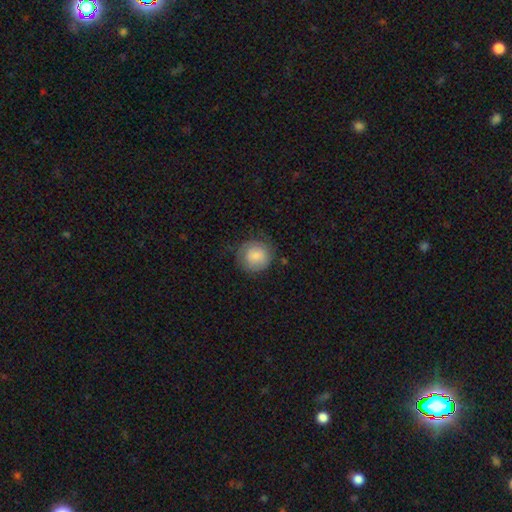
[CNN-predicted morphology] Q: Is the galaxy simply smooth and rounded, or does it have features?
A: smooth — 78%.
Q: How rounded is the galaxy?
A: round — 90%.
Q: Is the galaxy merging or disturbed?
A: none — 72%.